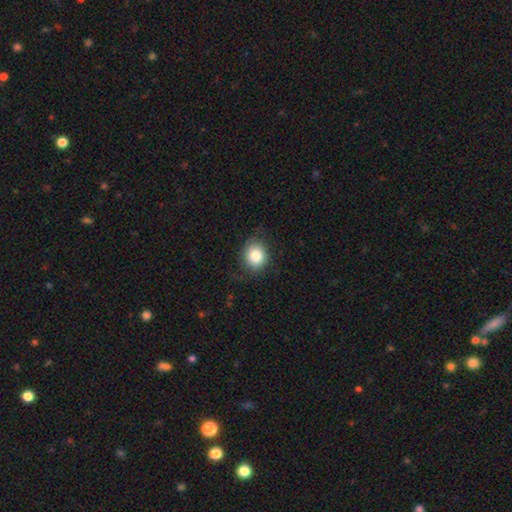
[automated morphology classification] smooth_or_featured: smooth (p=0.82) [alt: featured or disk p=0.09]
how_rounded: round (p=0.75) [alt: in between p=0.24]
merging: none (p=0.75) [alt: minor disturbance p=0.19]